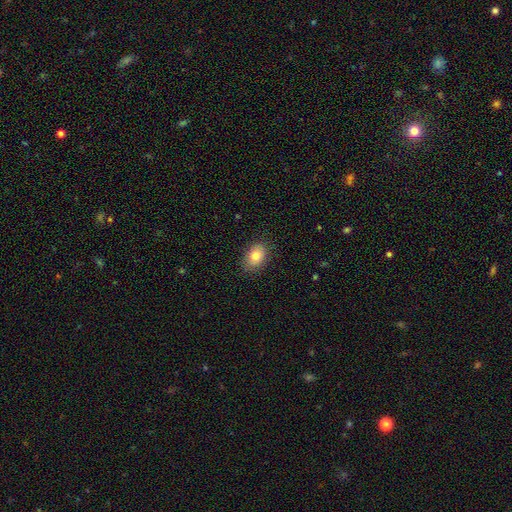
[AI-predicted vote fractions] Q: Smooth or featured?
A: smooth (80%); runner-up: featured or disk (12%)
Q: How rounded?
A: in between (81%); runner-up: round (18%)
Q: Merging?
A: none (84%); runner-up: minor disturbance (13%)